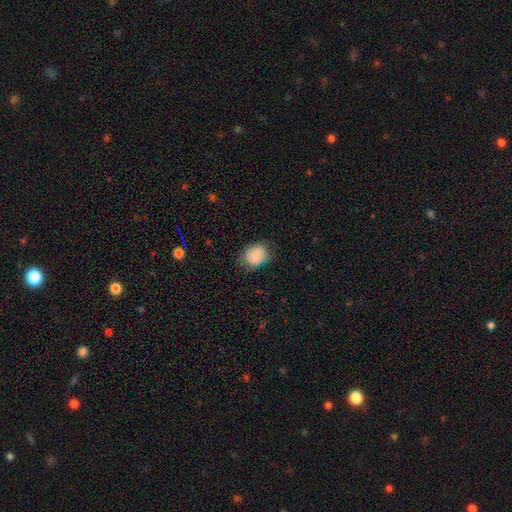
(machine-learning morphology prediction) A smooth galaxy with no disk features (84%) that is round (50%). Merging: none (72%).